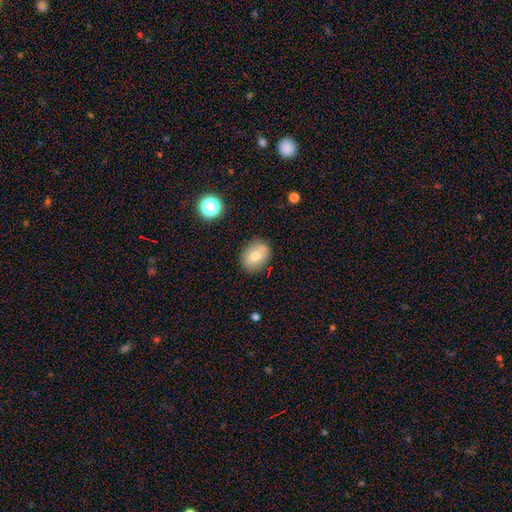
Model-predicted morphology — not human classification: This appears to be a smooth galaxy with no disk features (73%) that is in between round and cigar-shaped (57%). Merging: none (80%).